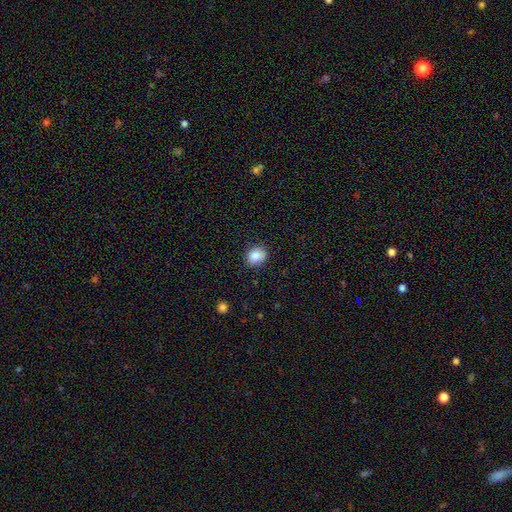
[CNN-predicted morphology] Smooth or featured? smooth (86%)
How rounded? round (63%)
Merging? none (82%)